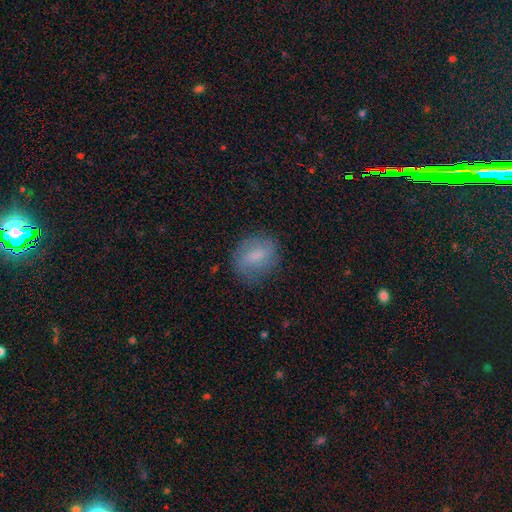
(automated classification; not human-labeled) Smooth or featured?
  - smooth: 68% *
  - featured or disk: 23%
  - star or artifact: 8%
How rounded?
  - in between: 55% *
  - round: 43%
  - cigar-shaped: 3%
Merging?
  - none: 73% *
  - minor disturbance: 19%
  - major disturbance: 7%
  - merger: 1%